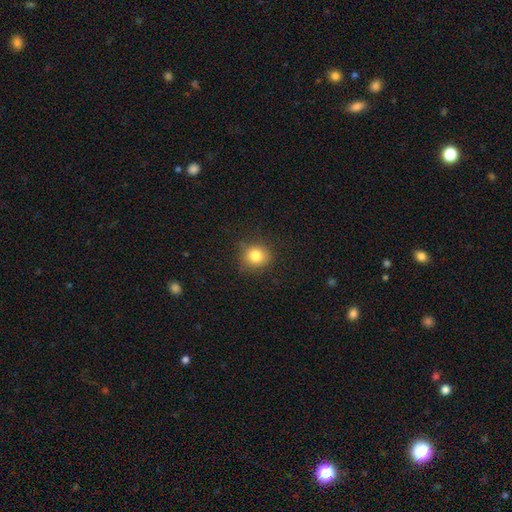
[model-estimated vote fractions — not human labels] This appears to be a smooth galaxy with no disk features (81%) that is round (87%). Merging: none (85%).